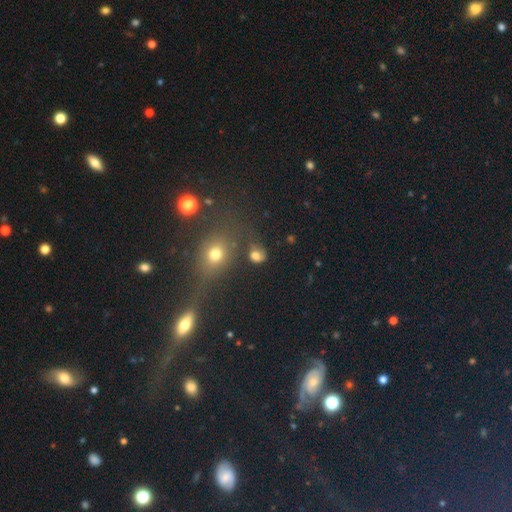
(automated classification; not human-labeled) The model was most divided on "how rounded": round: 57%, in between: 42%, cigar-shaped: 2%. More confident: smooth or featured — smooth (73%); merging — none (59%).